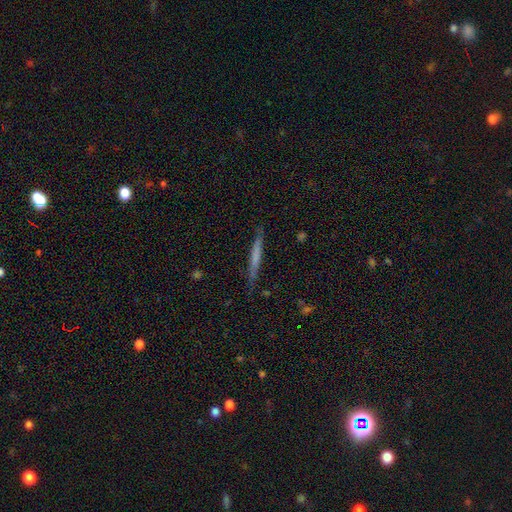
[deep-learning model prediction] A smooth galaxy with no disk features (54%) that is cigar-shaped (96%). Merging: none (83%).